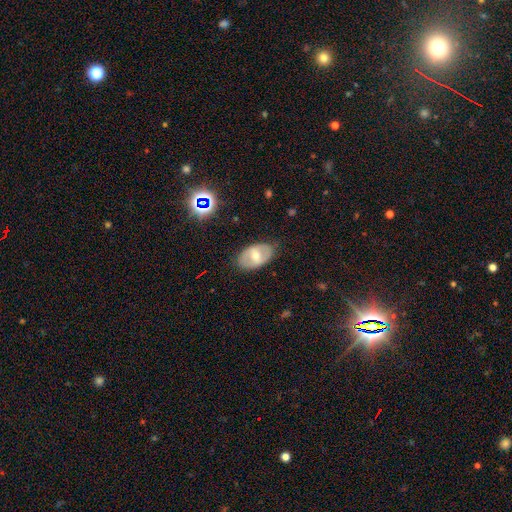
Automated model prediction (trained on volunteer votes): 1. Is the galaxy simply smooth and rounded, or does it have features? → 48% featured or disk, 45% smooth, 7% star or artifact.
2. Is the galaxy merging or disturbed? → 82% none, 13% minor disturbance, 4% major disturbance, 1% merger.